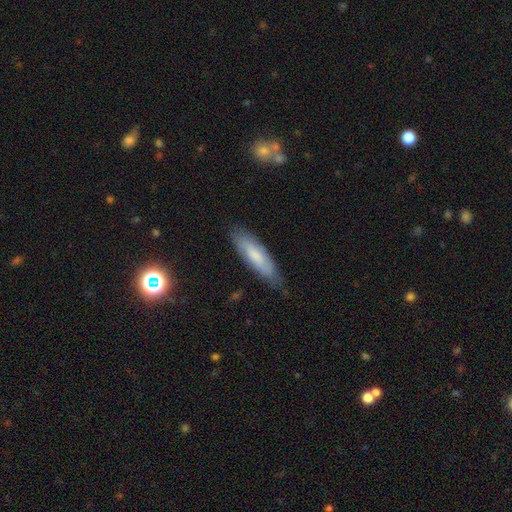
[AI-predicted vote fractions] Smooth or featured? smooth (65%)
How rounded? cigar-shaped (62%)
Merging? none (78%)